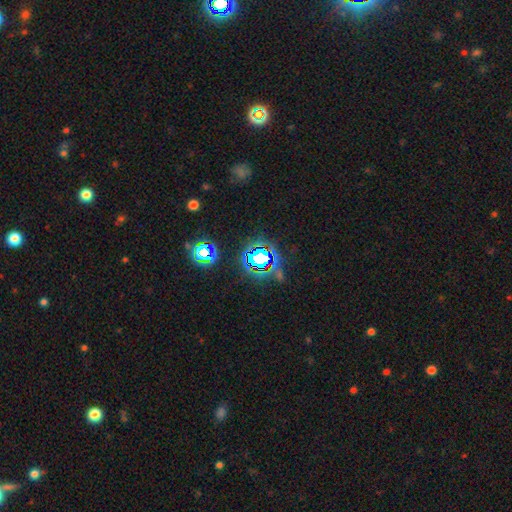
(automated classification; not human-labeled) star or artifact 79%, smooth 12%, featured or disk 9%.